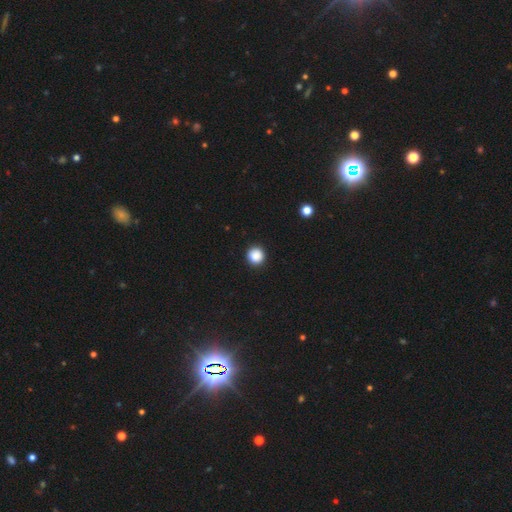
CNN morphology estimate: Q: Smooth or featured?
A: smooth (88%); runner-up: star or artifact (10%)
Q: How rounded?
A: round (95%); runner-up: in between (4%)
Q: Merging?
A: none (93%); runner-up: minor disturbance (5%)